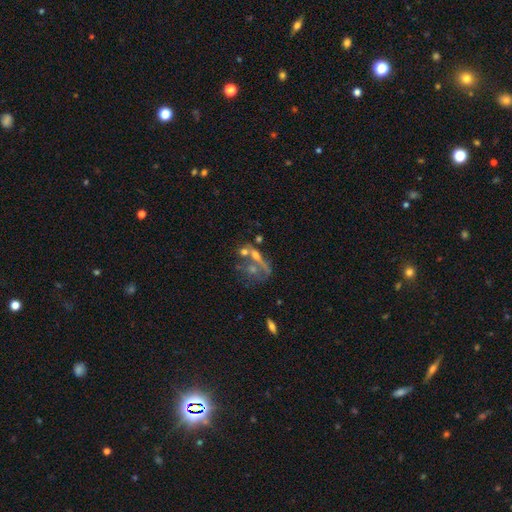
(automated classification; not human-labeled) Smooth or featured?
  - featured or disk: 50% *
  - smooth: 30%
  - star or artifact: 20%
Edge-on disk?
  - no: 87% *
  - yes: 13%
Merging?
  - merger: 41% *
  - none: 28%
  - major disturbance: 20%
  - minor disturbance: 11%